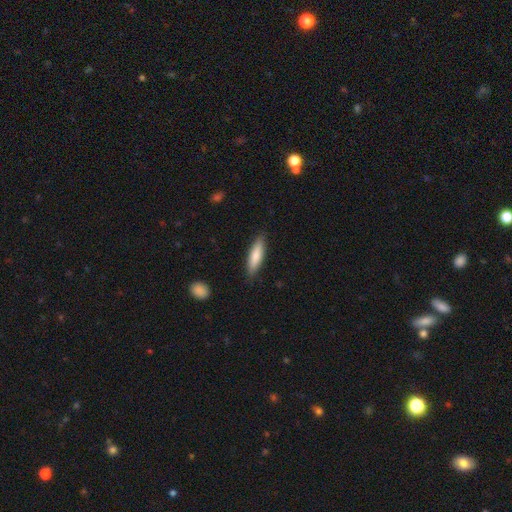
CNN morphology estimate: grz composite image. It shows a smooth galaxy with no disk features (77%) that is cigar-shaped (70%). Merging: none (87%).